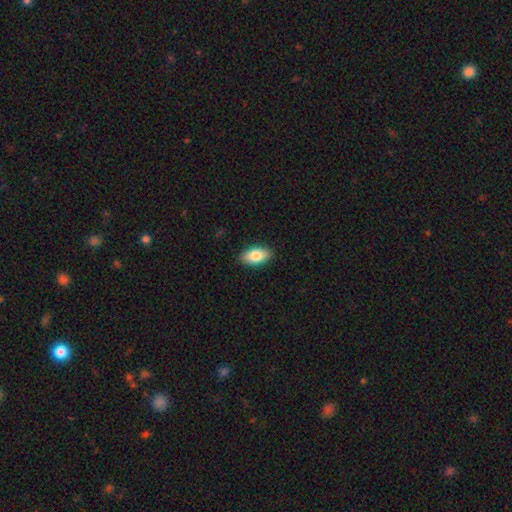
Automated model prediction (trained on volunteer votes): Q: Smooth or featured?
A: smooth (83%); runner-up: featured or disk (11%)
Q: How rounded?
A: in between (93%); runner-up: round (4%)
Q: Merging?
A: none (88%); runner-up: minor disturbance (9%)